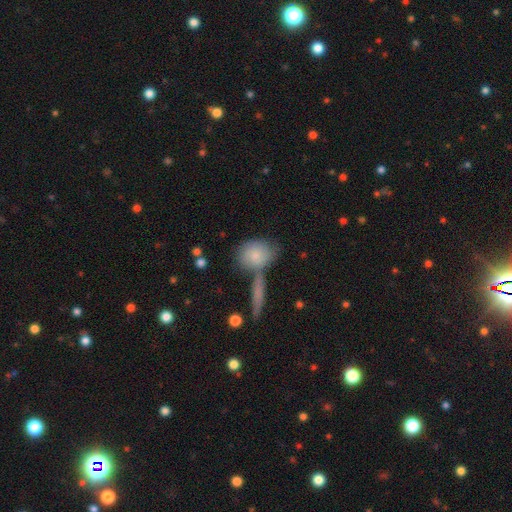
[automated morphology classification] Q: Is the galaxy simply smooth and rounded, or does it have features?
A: smooth — 73%.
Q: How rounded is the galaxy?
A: round — 50%.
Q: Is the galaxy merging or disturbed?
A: none — 50%.